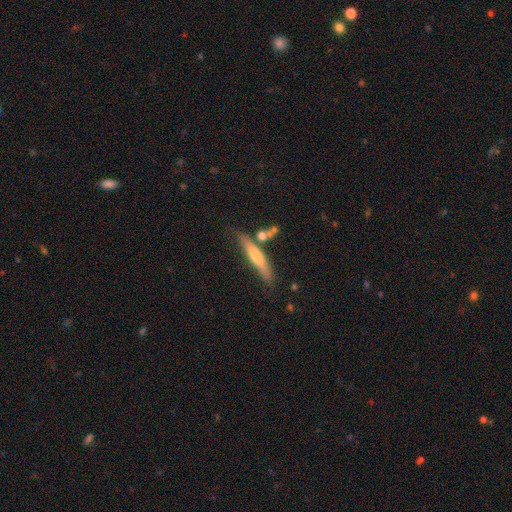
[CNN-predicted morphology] A featured or disk galaxy (54%) viewed edge-on (94%) with a rounded central bulge (78%). Merging: none (72%).